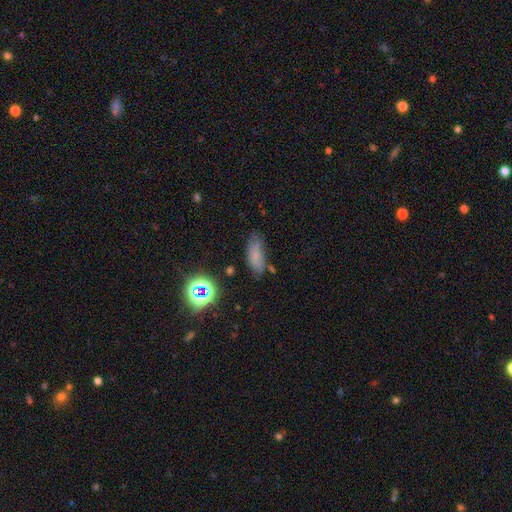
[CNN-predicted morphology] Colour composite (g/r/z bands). It shows a smooth galaxy with no disk features (62%) that is in between round and cigar-shaped (78%). Merging: none (57%).